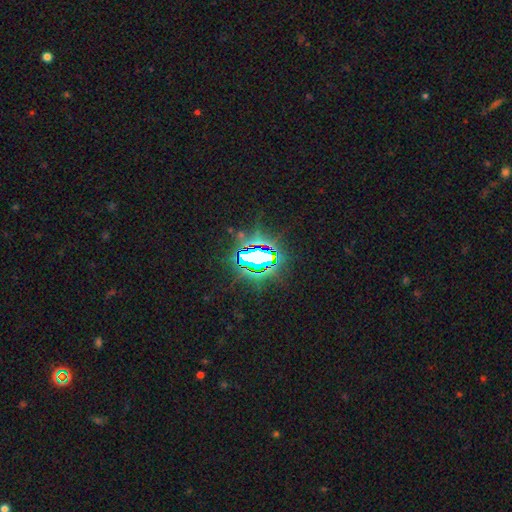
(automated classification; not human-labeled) Q: Smooth or featured?
A: star or artifact (78%); runner-up: smooth (11%)